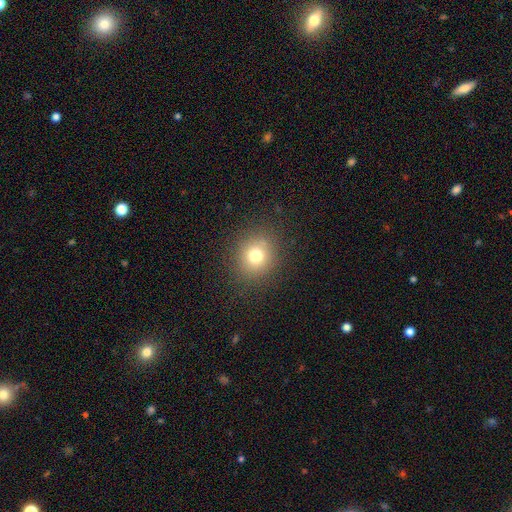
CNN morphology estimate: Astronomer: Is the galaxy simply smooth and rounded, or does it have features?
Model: smooth — 74%.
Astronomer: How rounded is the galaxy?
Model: round — 82%.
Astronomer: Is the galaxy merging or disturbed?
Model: none — 85%.